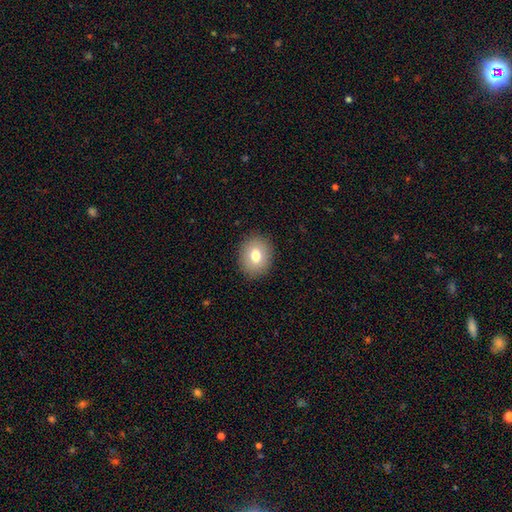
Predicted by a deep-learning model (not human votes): This is likely a smooth galaxy (77%). How rounded: possibly round (54%). Merging: clearly none (89%).